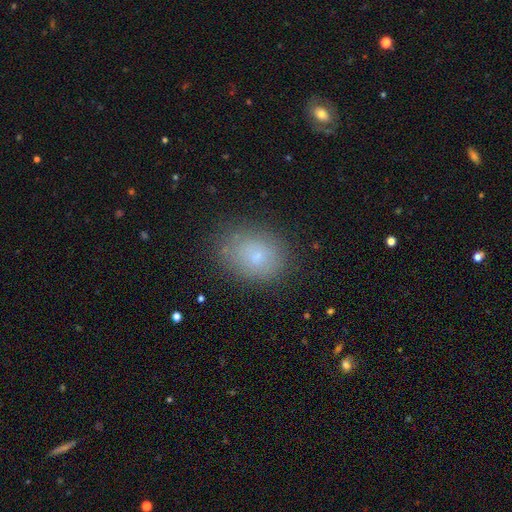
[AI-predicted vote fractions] Overall: smooth (74%). How rounded: in between (64%; round 35%). Merging: none (78%).